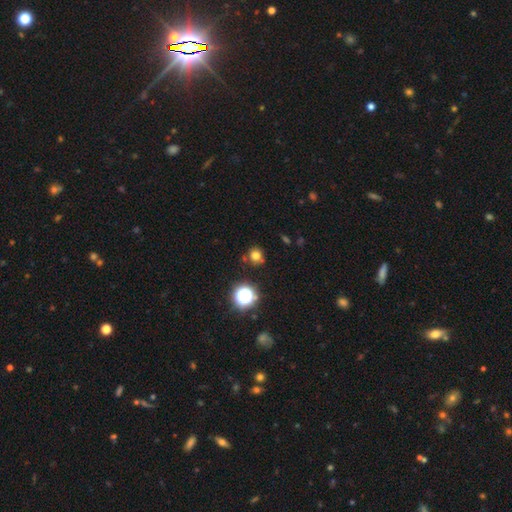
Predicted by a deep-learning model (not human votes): Smooth or featured?
  - smooth: 73% *
  - star or artifact: 20%
  - featured or disk: 7%
How rounded?
  - round: 88% *
  - in between: 11%
  - cigar-shaped: 1%
Merging?
  - none: 79% *
  - minor disturbance: 12%
  - merger: 5%
  - major disturbance: 4%